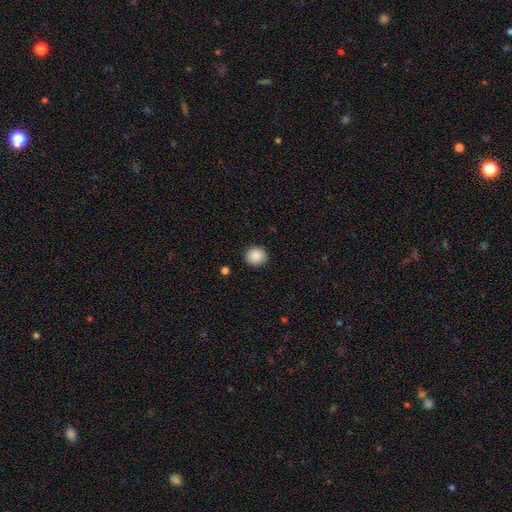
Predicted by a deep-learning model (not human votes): Smooth or featured? smooth (88%)
How rounded? round (83%)
Merging? none (90%)